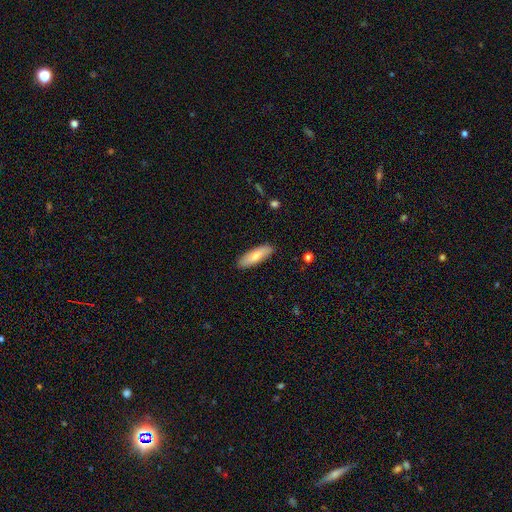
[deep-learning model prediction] Overall: smooth (69%). How rounded: in between (52%; cigar-shaped 46%). Merging: none (88%).